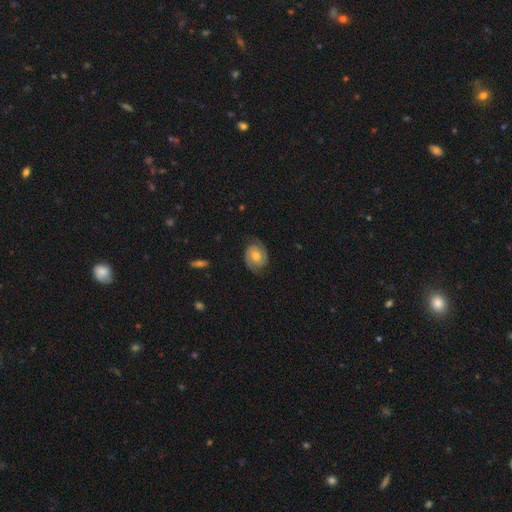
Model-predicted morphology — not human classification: Overall: featured or disk (75%). Edge-on disk: no (97%). Bar: no (64%; weak 29%). Spiral arms: yes (94%). Spiral arm count: 2 (89%). Spiral winding: tight (45%; medium 41%). Bulge size: moderate (66%). Merging: none (79%).